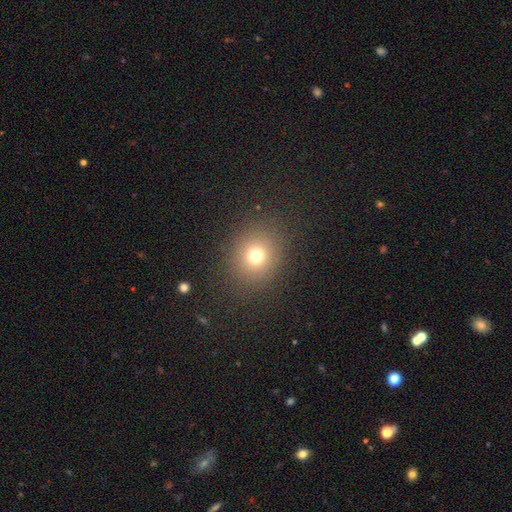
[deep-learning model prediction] Overall: smooth (72%). How rounded: round (78%). Merging: none (86%).